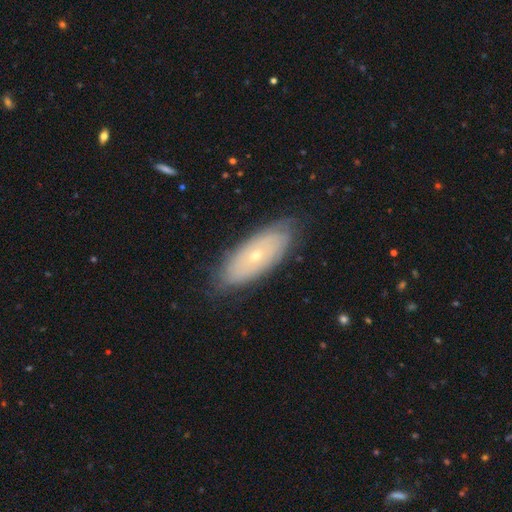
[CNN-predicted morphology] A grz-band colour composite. It shows a featured or disk galaxy (56%). Merging: none (82%).